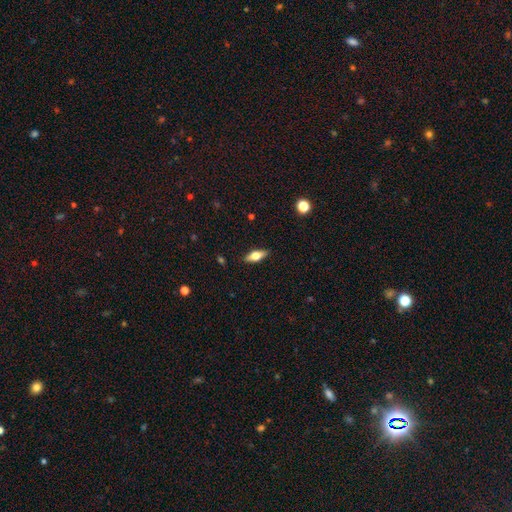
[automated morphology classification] Q: Smooth or featured?
A: smooth (59%); runner-up: featured or disk (34%)
Q: How rounded?
A: in between (71%); runner-up: cigar-shaped (26%)
Q: Merging?
A: none (88%); runner-up: minor disturbance (9%)